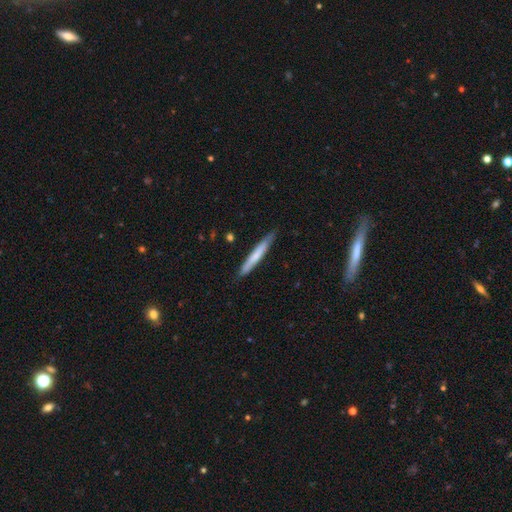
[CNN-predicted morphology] Smooth or featured?
  - smooth: 64% *
  - featured or disk: 31%
  - star or artifact: 6%
How rounded?
  - cigar-shaped: 96% *
  - in between: 3%
  - round: 1%
Merging?
  - none: 85% *
  - minor disturbance: 12%
  - major disturbance: 2%
  - merger: 1%